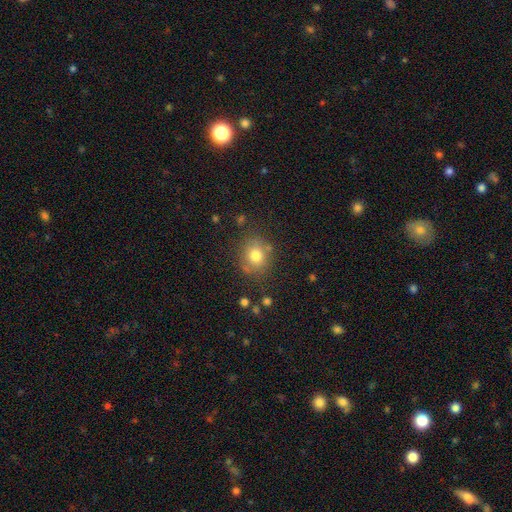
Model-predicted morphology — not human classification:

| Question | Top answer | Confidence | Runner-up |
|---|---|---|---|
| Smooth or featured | smooth | 77% | featured or disk (12%) |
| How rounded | round | 70% | in between (29%) |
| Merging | none | 74% | minor disturbance (16%) |